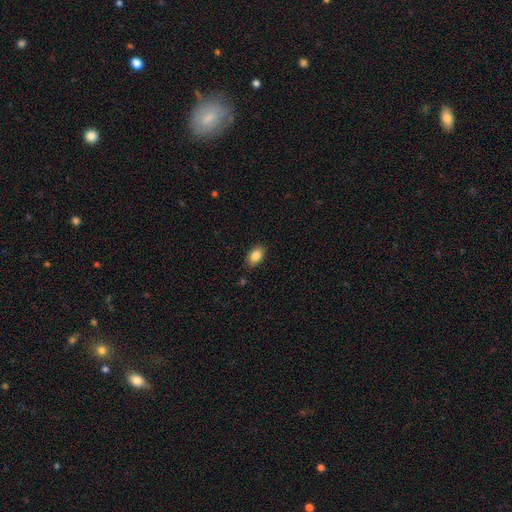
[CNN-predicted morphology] smooth 86%, star or artifact 8%, featured or disk 7%. Down the decision tree: how rounded — in between (88%); merging — none (85%).